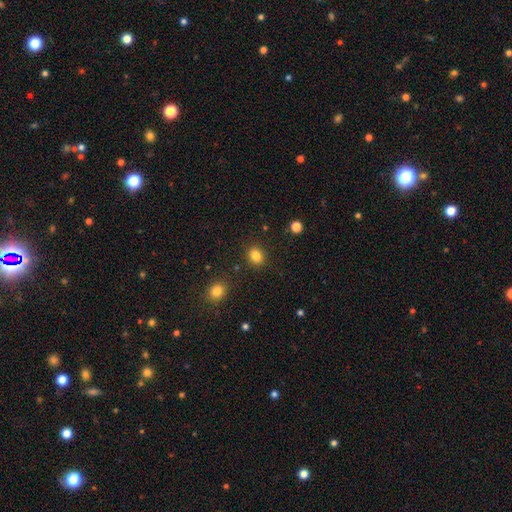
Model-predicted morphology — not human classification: A smooth galaxy with no disk features (84%) that is round (66%).

Vote fractions:
- Smooth or featured? smooth: 84% / star or artifact: 12% / featured or disk: 5%
- How rounded? round: 66% / in between: 33% / cigar-shaped: 1%
- Merging? none: 88% / minor disturbance: 7% / major disturbance: 2% / merger: 2%